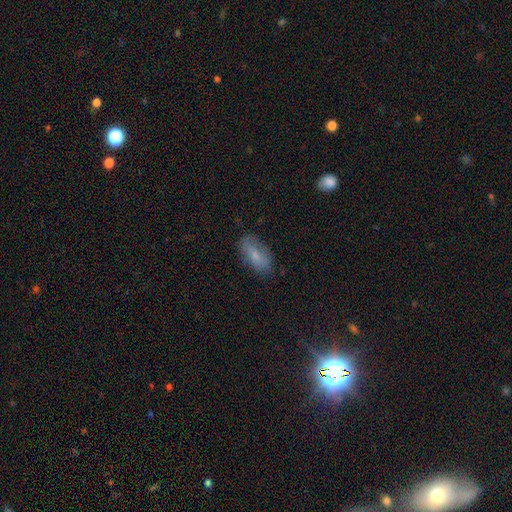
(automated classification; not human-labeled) A smooth galaxy with no disk features (72%) that is in between round and cigar-shaped (87%).

Vote fractions:
- Smooth or featured? smooth: 72% / featured or disk: 20% / star or artifact: 8%
- How rounded? in between: 87% / cigar-shaped: 10% / round: 3%
- Merging? none: 76% / minor disturbance: 18% / major disturbance: 4% / merger: 1%